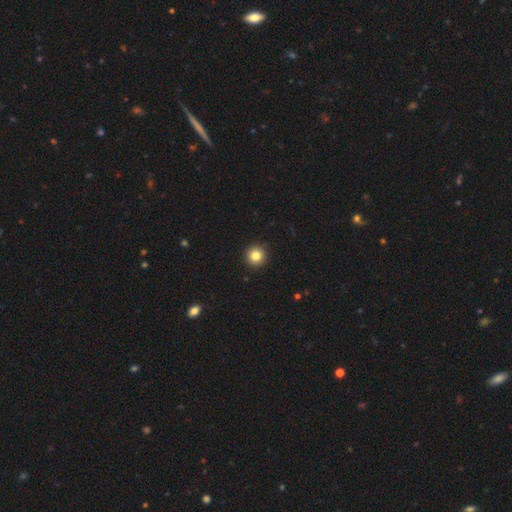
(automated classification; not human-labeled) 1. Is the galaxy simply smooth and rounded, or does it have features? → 83% smooth, 11% star or artifact, 6% featured or disk.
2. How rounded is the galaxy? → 96% round, 3% in between, 1% cigar-shaped.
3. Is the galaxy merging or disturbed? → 93% none, 5% minor disturbance, 1% major disturbance, 1% merger.